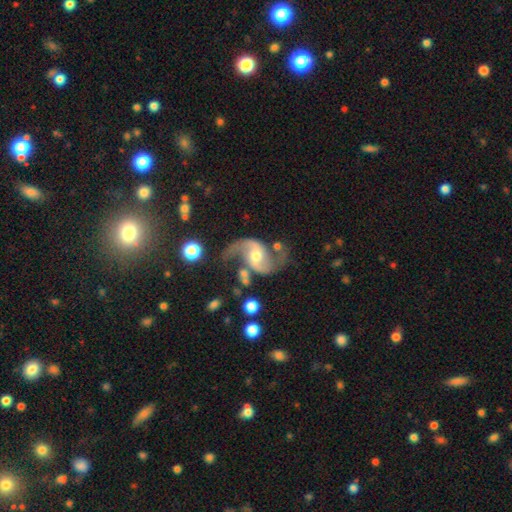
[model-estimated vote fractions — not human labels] featured or disk 90%, smooth 5%, star or artifact 5%. Down the decision tree: edge-on disk — no (98%); bar — no (43%); spiral arms — yes (97%); spiral arm count — 2 (94%); spiral winding — loose (61%); bulge size — moderate (68%); merging — none (62%).